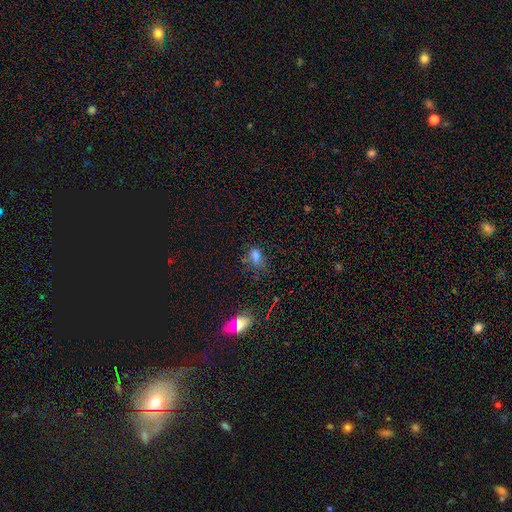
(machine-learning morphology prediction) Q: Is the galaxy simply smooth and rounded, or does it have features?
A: smooth — 71%.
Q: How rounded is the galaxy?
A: in between — 74%.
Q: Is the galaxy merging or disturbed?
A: none — 53%.